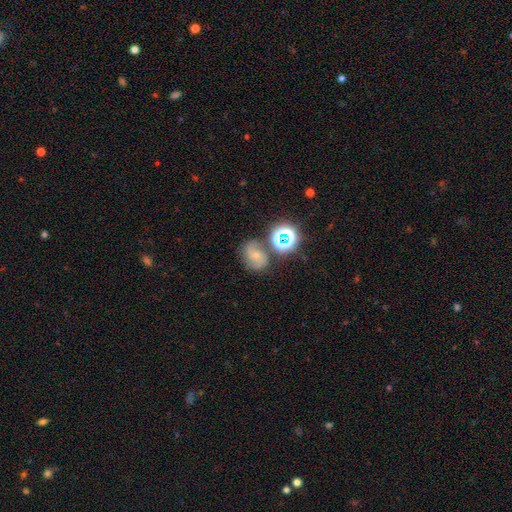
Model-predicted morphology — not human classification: A featured or disk galaxy (57%) with no bar (56%), spiral arms (91%) and a small central bulge (58%). Merging: none (65%).